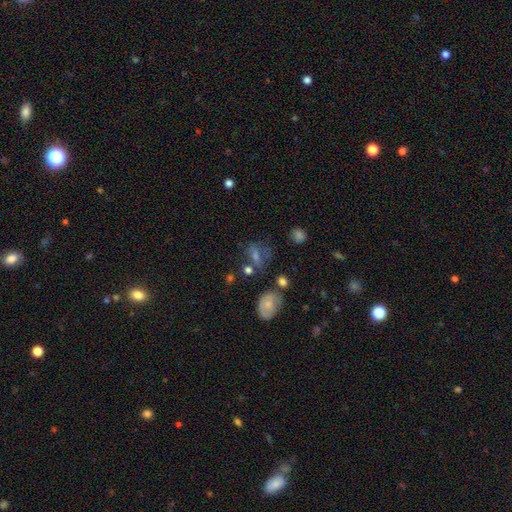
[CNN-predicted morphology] Smooth or featured?
  - smooth: 55% *
  - featured or disk: 25%
  - star or artifact: 20%
How rounded?
  - in between: 58% *
  - round: 37%
  - cigar-shaped: 5%
Merging?
  - none: 51% *
  - minor disturbance: 22%
  - major disturbance: 16%
  - merger: 11%